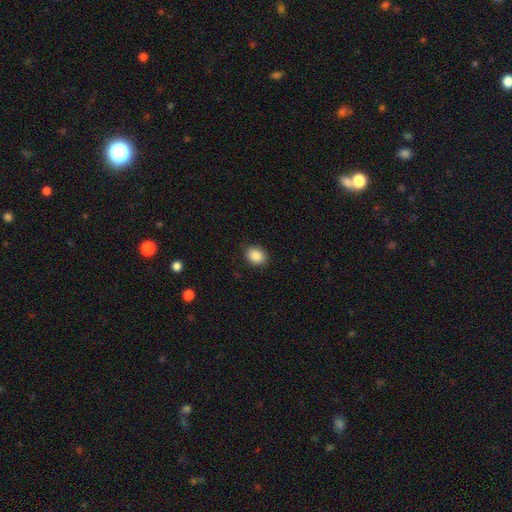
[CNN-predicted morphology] The model was most divided on "how rounded": in between: 53%, round: 46%, cigar-shaped: 1%. More confident: smooth or featured — smooth (88%); merging — none (86%).